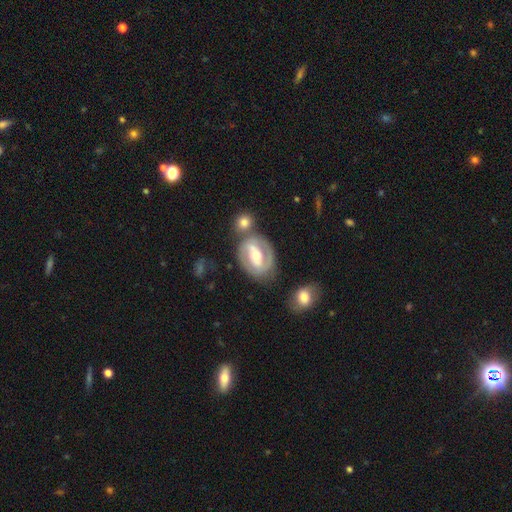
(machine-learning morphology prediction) Q: Smooth or featured?
A: featured or disk (74%); runner-up: smooth (21%)
Q: Edge-on disk?
A: no (94%); runner-up: yes (6%)
Q: Bar?
A: strong (53%); runner-up: weak (31%)
Q: Spiral arms?
A: yes (65%); runner-up: no (35%)
Q: Bulge size?
A: moderate (74%); runner-up: small (16%)
Q: Merging?
A: none (66%); runner-up: minor disturbance (15%)